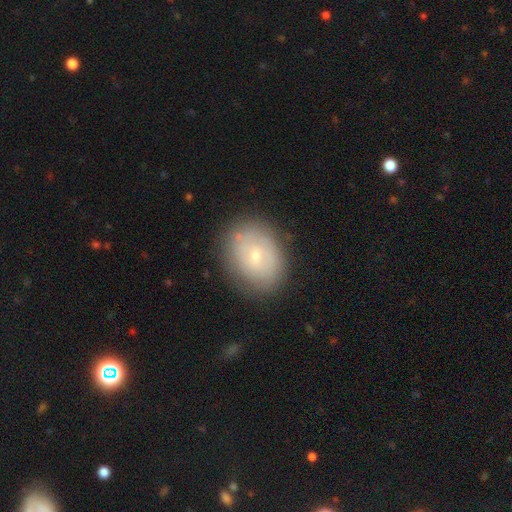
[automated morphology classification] Q: Smooth or featured?
A: smooth (55%); runner-up: featured or disk (36%)
Q: How rounded?
A: in between (62%); runner-up: round (37%)
Q: Merging?
A: none (80%); runner-up: minor disturbance (14%)